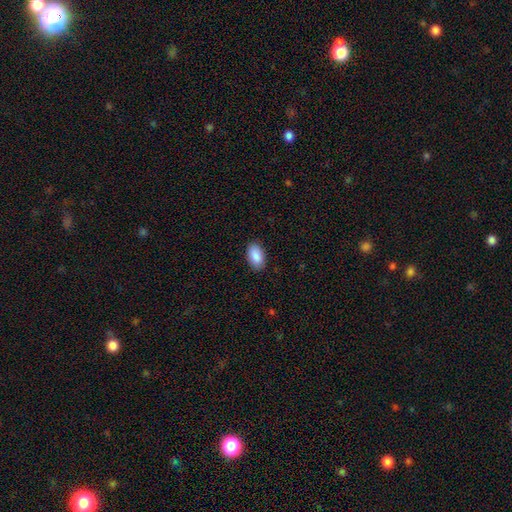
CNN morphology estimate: smooth 90%, star or artifact 6%, featured or disk 4%. Down the decision tree: how rounded — in between (95%); merging — none (88%).